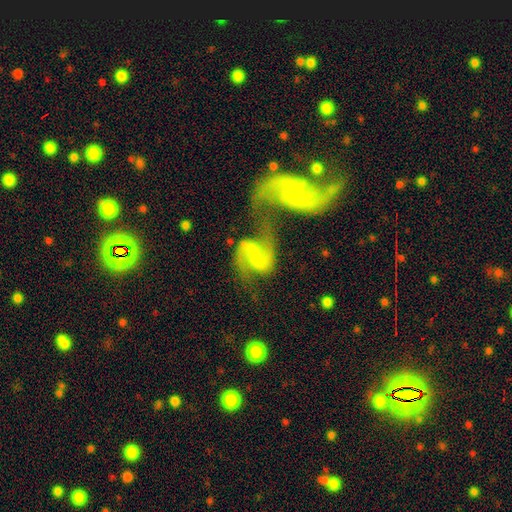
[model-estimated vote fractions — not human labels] featured or disk 86%, smooth 9%, star or artifact 6%. Down the decision tree: edge-on disk — no (98%); bar — weak (48%); spiral arms — yes (96%); spiral arm count — 2 (93%); spiral winding — medium (46%); bulge size — none (41%); merging — merger (41%).